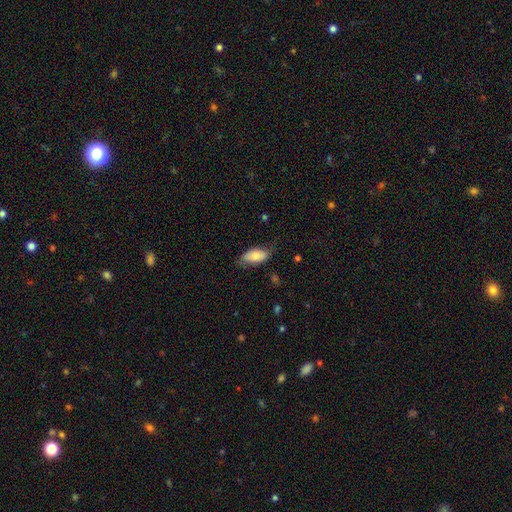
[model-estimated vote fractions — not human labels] Overall: smooth (78%). How rounded: in between (91%). Merging: none (68%).